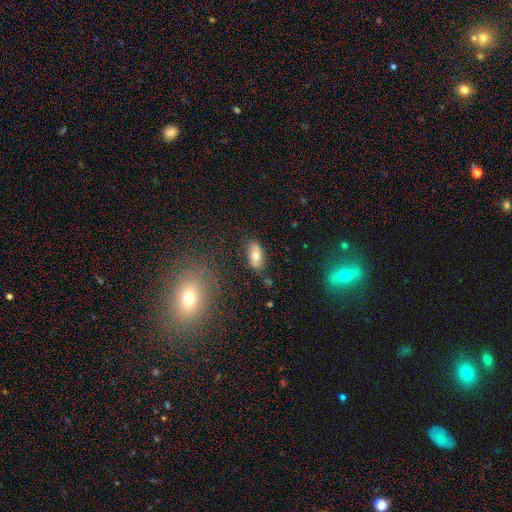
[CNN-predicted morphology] Smooth or featured? smooth (69%)
How rounded? in between (90%)
Merging? none (81%)